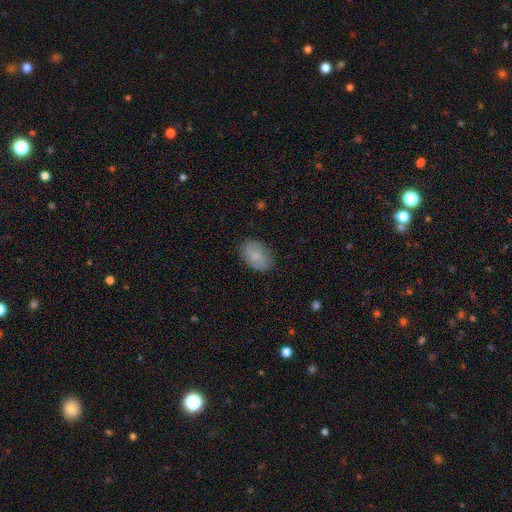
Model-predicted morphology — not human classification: Smooth or featured? smooth (72%)
How rounded? in between (87%)
Merging? none (83%)